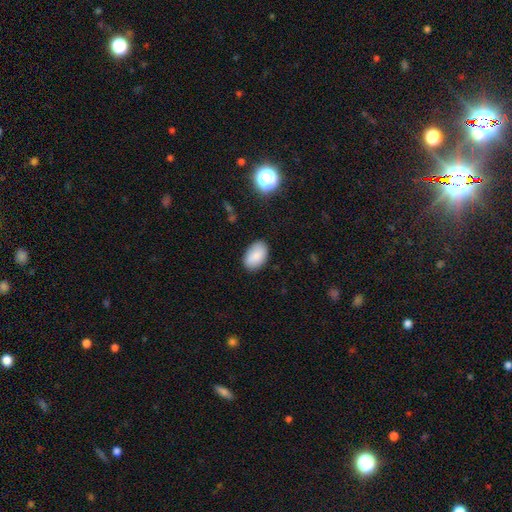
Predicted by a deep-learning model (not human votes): Overall: smooth (84%). How rounded: in between (91%). Merging: none (84%).